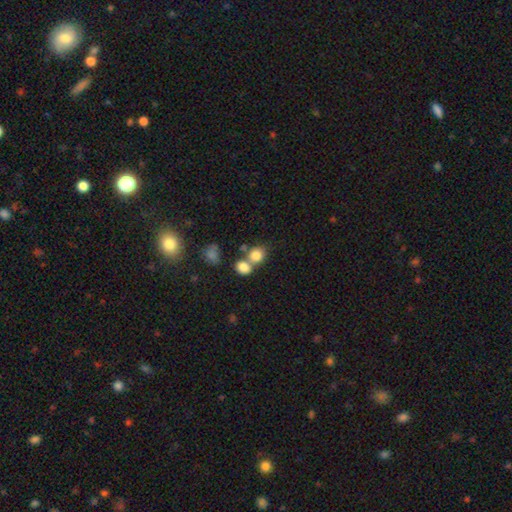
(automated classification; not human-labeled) smooth 80%, star or artifact 11%, featured or disk 9%. Down the decision tree: how rounded — round (71%); merging — merger (45%).